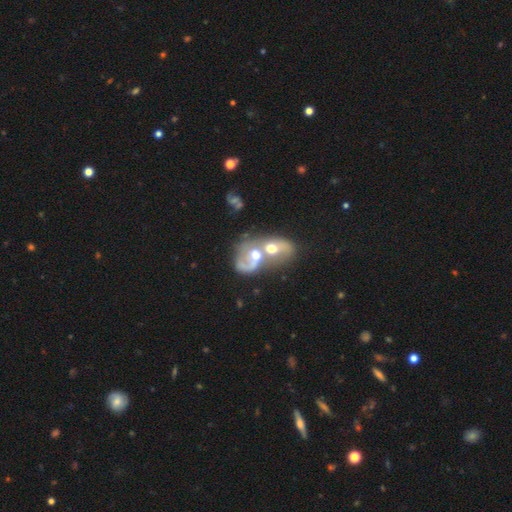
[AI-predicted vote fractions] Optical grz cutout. It shows a featured or disk galaxy (63%) with no bar (72%), spiral arms (61%) and a moderate central bulge (63%). Merging: merger (81%).